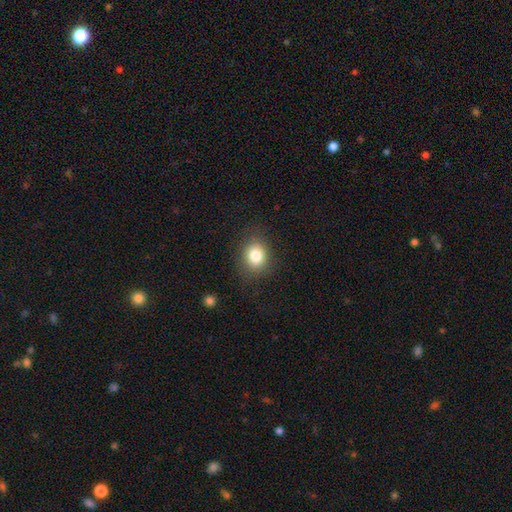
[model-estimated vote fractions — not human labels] Q: Smooth or featured?
A: smooth (81%); runner-up: star or artifact (11%)
Q: How rounded?
A: round (66%); runner-up: in between (33%)
Q: Merging?
A: none (83%); runner-up: minor disturbance (11%)